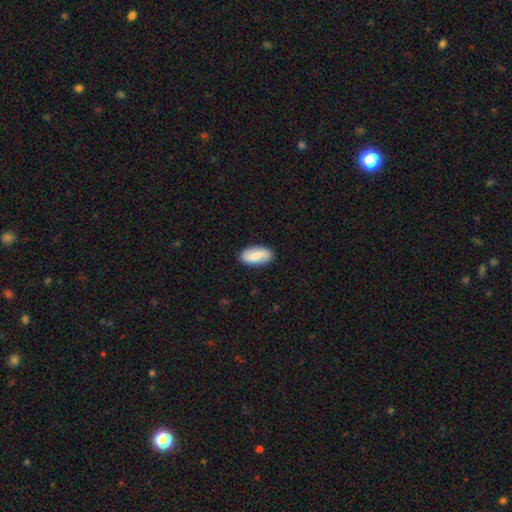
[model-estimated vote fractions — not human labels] The model was most divided on "smooth or featured": smooth: 67%, featured or disk: 26%, star or artifact: 6%. More confident: how rounded — in between (92%); merging — none (87%).